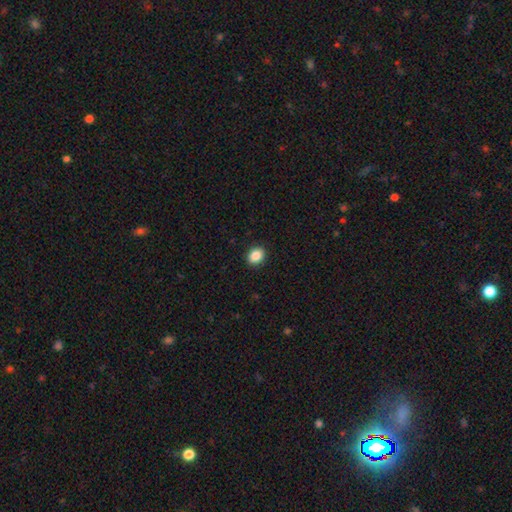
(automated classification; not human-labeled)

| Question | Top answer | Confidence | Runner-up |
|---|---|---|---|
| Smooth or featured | smooth | 87% | star or artifact (9%) |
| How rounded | round | 51% | in between (48%) |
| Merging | none | 91% | minor disturbance (6%) |